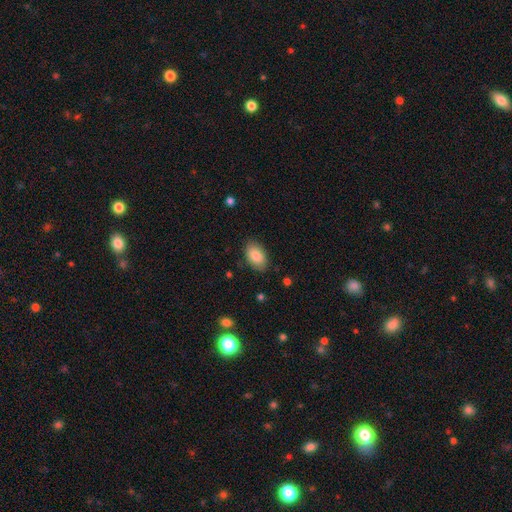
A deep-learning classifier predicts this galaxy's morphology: Smooth or featured? Predicted: smooth (p=0.85). How rounded? Predicted: in between (p=0.92). Merging? Predicted: none (p=0.84).